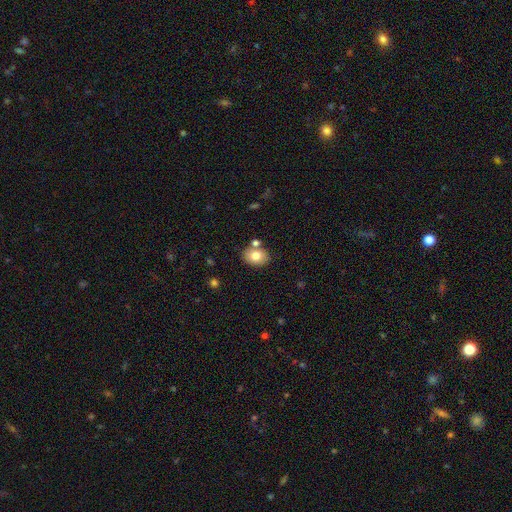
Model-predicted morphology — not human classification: The model was most divided on "how rounded": in between: 65%, round: 34%, cigar-shaped: 1%. More confident: smooth or featured — smooth (78%); merging — none (73%).